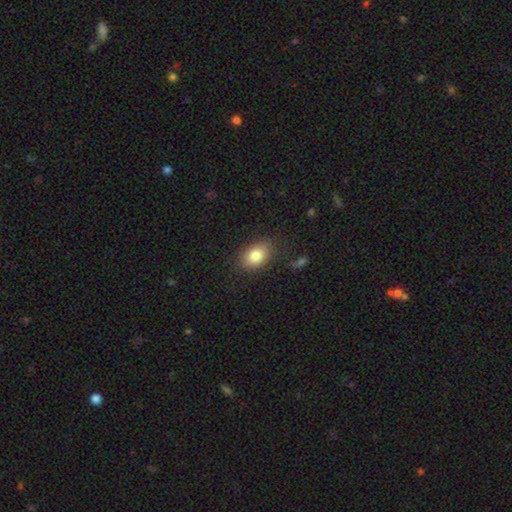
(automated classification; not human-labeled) smooth-or-featured: smooth: 82% | featured or disk: 9% | star or artifact: 9%
  how-rounded: in between: 81% | round: 18% | cigar-shaped: 1%
  merging: none: 81% | minor disturbance: 13% | major disturbance: 4% | merger: 2%